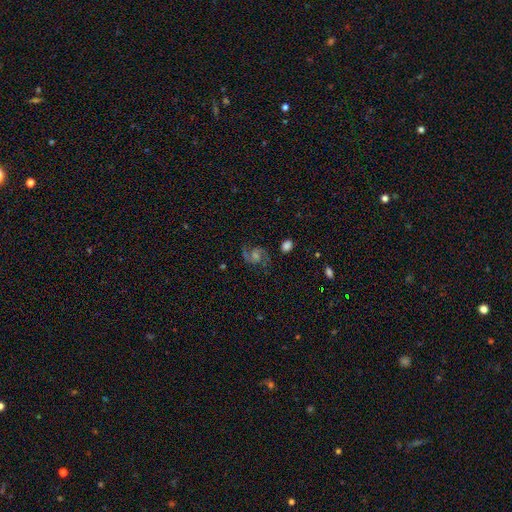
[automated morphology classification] Smooth or featured? featured or disk (84%)
Edge-on disk? no (98%)
Bar? no (53%)
Spiral arms? yes (97%)
Spiral winding? medium (59%)
Spiral arm count? 2 (92%)
Bulge size? moderate (44%)
Merging? none (79%)